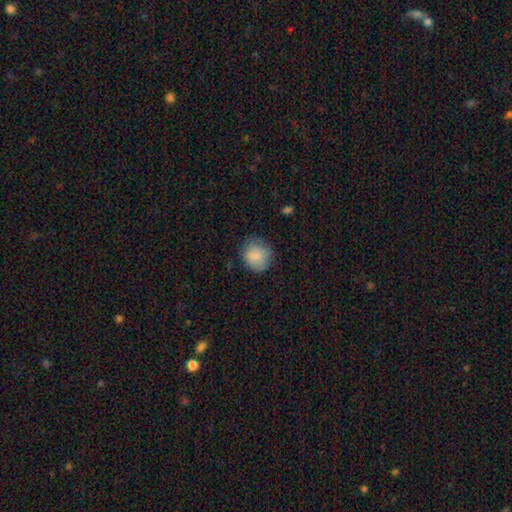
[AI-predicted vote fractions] Smooth or featured? smooth (84%)
How rounded? round (85%)
Merging? none (75%)